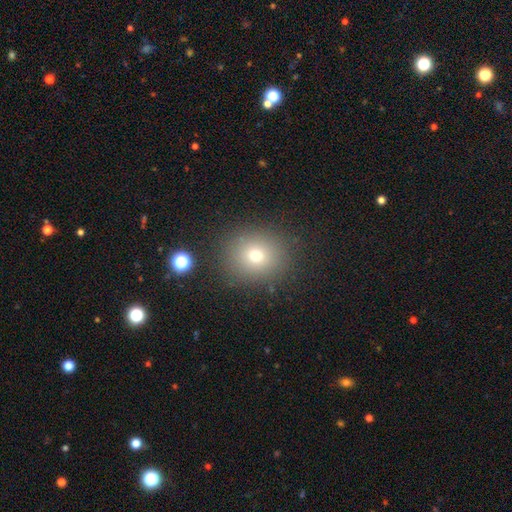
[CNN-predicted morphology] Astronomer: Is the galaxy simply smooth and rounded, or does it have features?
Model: smooth — 70%.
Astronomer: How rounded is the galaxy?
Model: round — 79%.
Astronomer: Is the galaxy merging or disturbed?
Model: none — 85%.